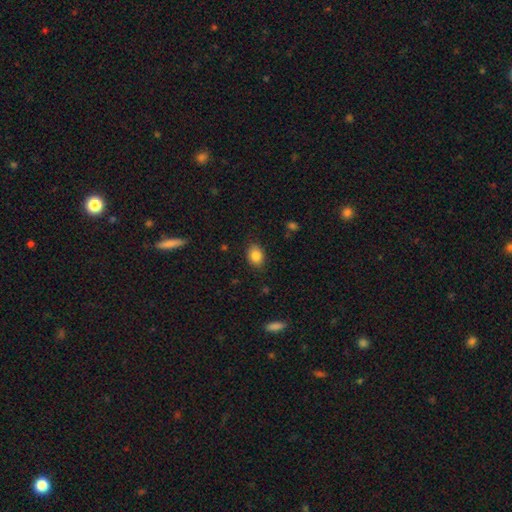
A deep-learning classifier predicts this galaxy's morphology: Q: Smooth or featured?
A: smooth (85%); runner-up: star or artifact (9%)
Q: How rounded?
A: in between (65%); runner-up: round (34%)
Q: Merging?
A: none (84%); runner-up: minor disturbance (12%)